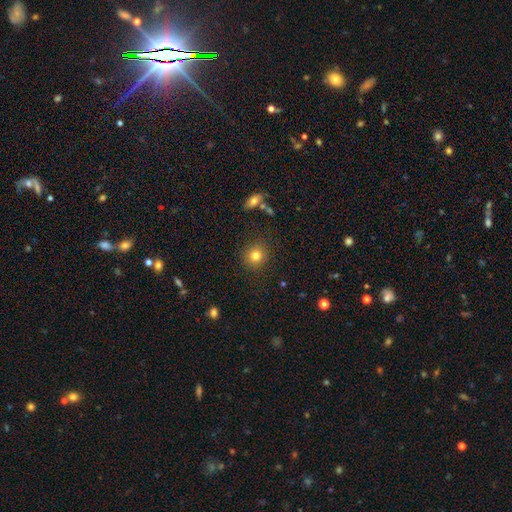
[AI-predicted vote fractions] smooth-or-featured: smooth: 80% | star or artifact: 12% | featured or disk: 8%
  how-rounded: round: 90% | in between: 9% | cigar-shaped: 1%
  merging: none: 88% | minor disturbance: 7% | major disturbance: 3% | merger: 2%